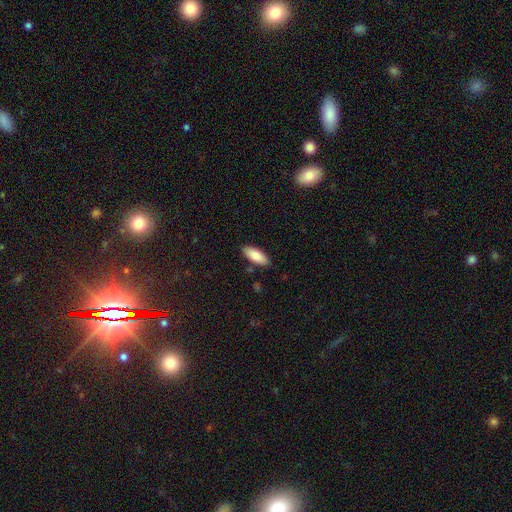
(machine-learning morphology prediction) This is clearly a smooth galaxy (82%). How rounded: likely in between (80%). Merging: clearly none (86%).